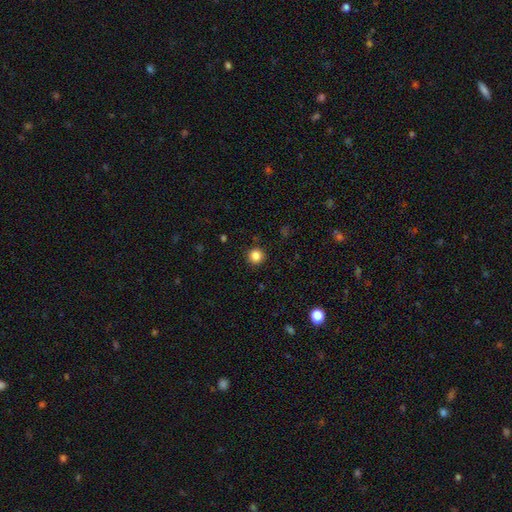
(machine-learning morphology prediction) Smooth or featured?
  - smooth: 85% *
  - star or artifact: 11%
  - featured or disk: 4%
How rounded?
  - round: 94% *
  - in between: 5%
  - cigar-shaped: 1%
Merging?
  - none: 91% *
  - minor disturbance: 6%
  - major disturbance: 2%
  - merger: 1%